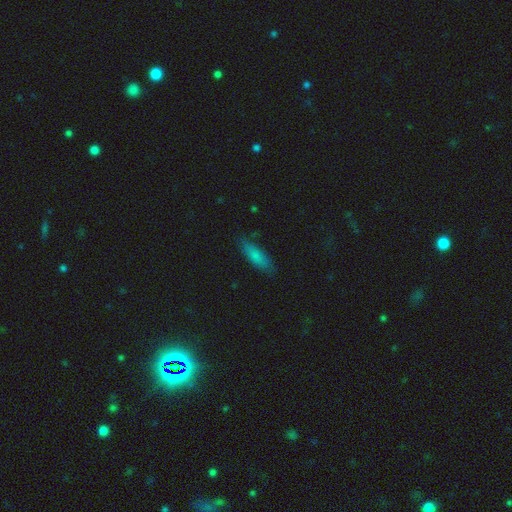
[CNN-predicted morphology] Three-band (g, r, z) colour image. It shows a smooth galaxy with no disk features (78%) that is in between round and cigar-shaped (55%). Merging: none (79%).